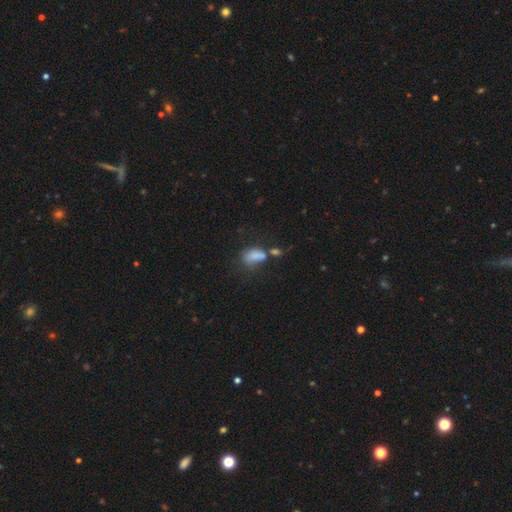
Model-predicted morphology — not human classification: A smooth galaxy with no disk features (74%) that is in between round and cigar-shaped (87%).

Vote fractions:
- Smooth or featured? smooth: 74% / featured or disk: 14% / star or artifact: 12%
- How rounded? in between: 87% / round: 8% / cigar-shaped: 5%
- Merging? merger: 29% / none: 28% / major disturbance: 22% / minor disturbance: 21%